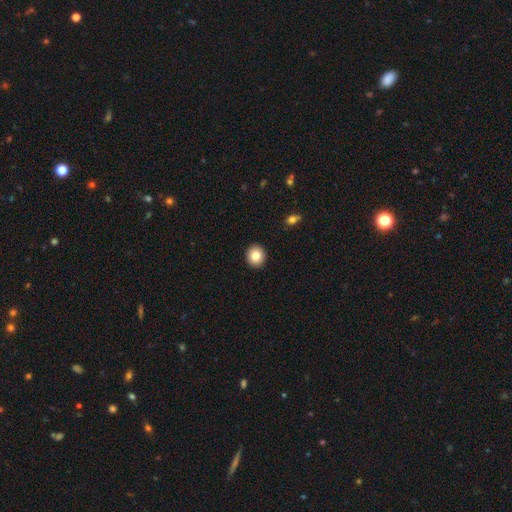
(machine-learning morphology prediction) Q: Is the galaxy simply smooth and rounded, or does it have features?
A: smooth — 83%.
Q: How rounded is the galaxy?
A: round — 83%.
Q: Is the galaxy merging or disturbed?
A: none — 92%.